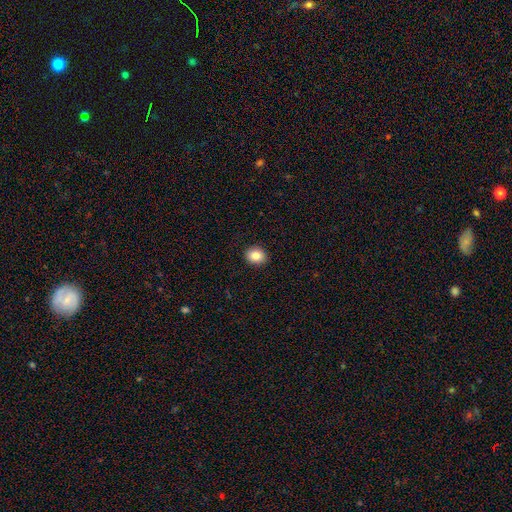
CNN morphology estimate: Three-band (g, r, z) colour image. It shows a smooth galaxy with no disk features (86%) that is round (56%). Merging: none (90%).